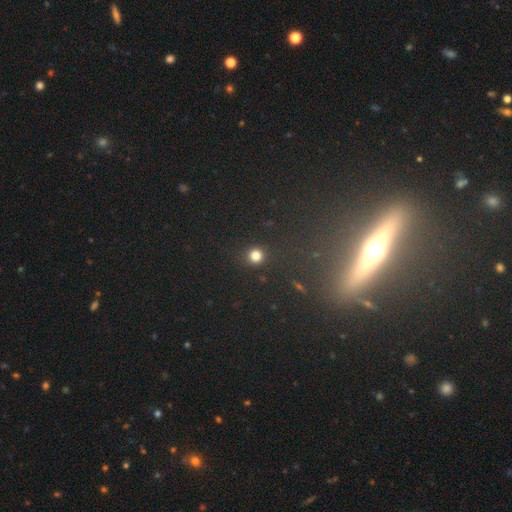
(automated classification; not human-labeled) A smooth galaxy with no disk features (81%) that is round (92%). Merging: none (90%).